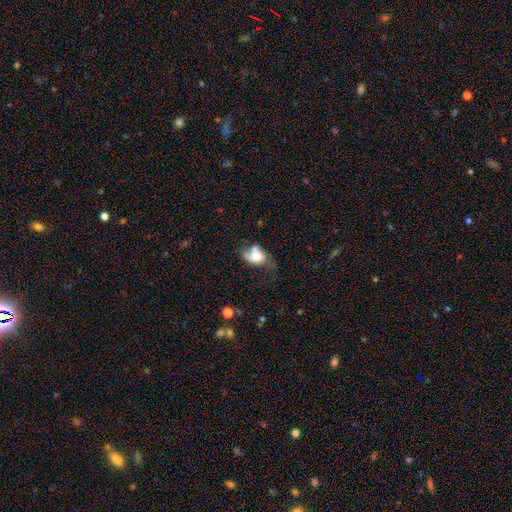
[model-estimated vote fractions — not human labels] This is likely a smooth galaxy (63%). How rounded: likely in between (77%). Merging: marginally major disturbance (28%).